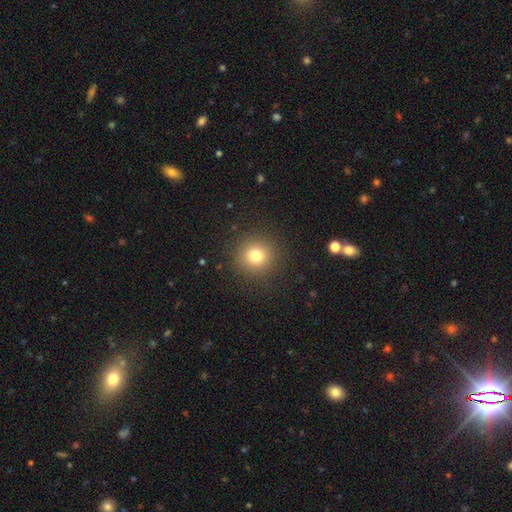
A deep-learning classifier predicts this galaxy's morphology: A smooth galaxy with no disk features (78%) that is round (94%). Merging: none (90%).